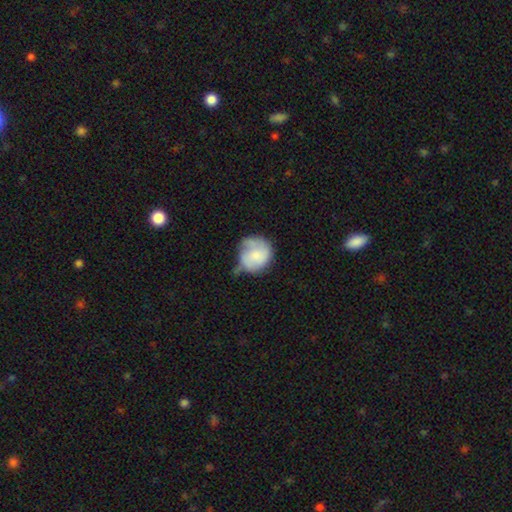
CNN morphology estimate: Smooth or featured?
  - smooth: 60% *
  - featured or disk: 33%
  - star or artifact: 7%
How rounded?
  - round: 77% *
  - in between: 22%
  - cigar-shaped: 1%
Merging?
  - minor disturbance: 37% *
  - none: 30%
  - major disturbance: 23%
  - merger: 9%